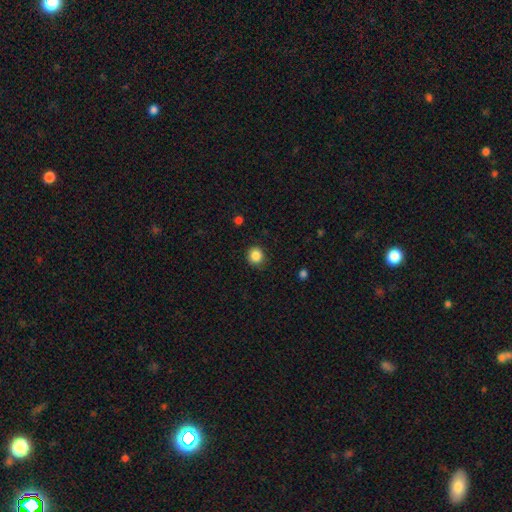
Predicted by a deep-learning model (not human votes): Smooth or featured? smooth (86%)
How rounded? round (89%)
Merging? none (88%)